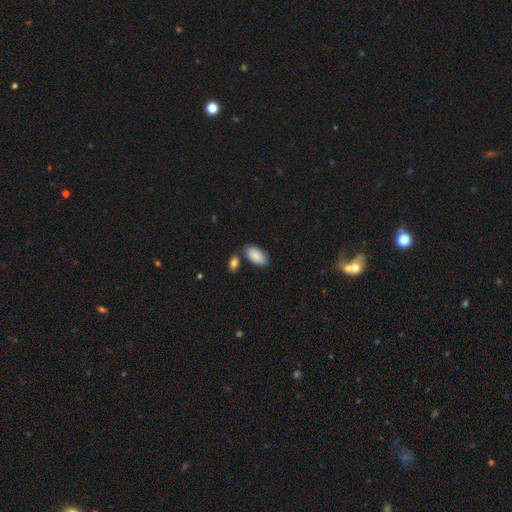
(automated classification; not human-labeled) smooth_or_featured: smooth (p=0.88) [alt: featured or disk p=0.06]
how_rounded: in between (p=0.94) [alt: cigar-shaped p=0.03]
merging: none (p=0.73) [alt: minor disturbance p=0.13]